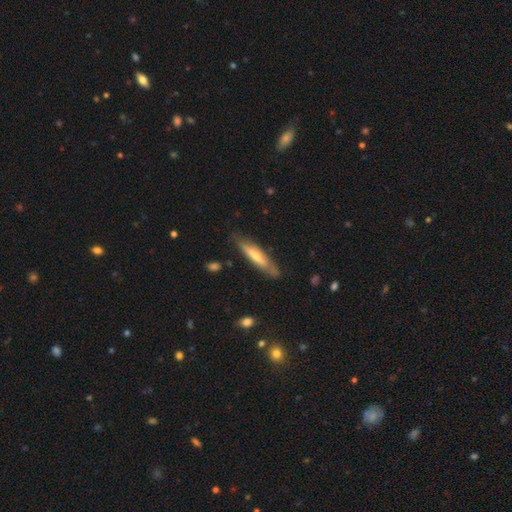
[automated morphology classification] type=featured or disk (47%, tied with smooth); merging=none (80%).